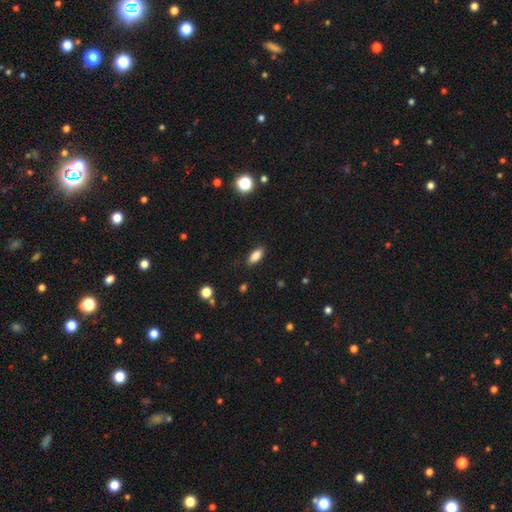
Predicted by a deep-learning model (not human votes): Smooth or featured: smooth — 84% (star or artifact — 8%)
How rounded: in between — 83% (cigar-shaped — 14%)
Merging: none — 86% (minor disturbance — 10%)